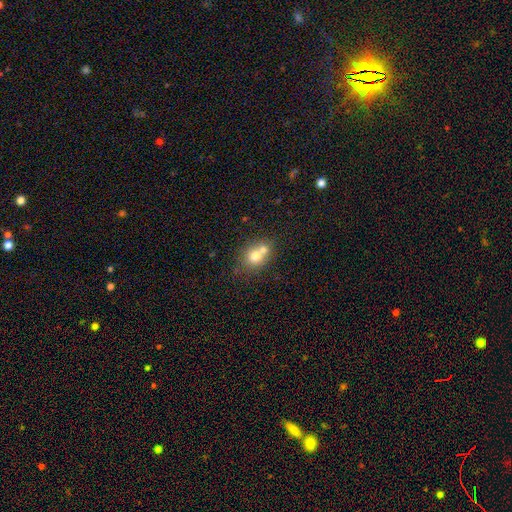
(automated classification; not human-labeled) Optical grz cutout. It shows a smooth galaxy with no disk features (70%) that is round (68%). Merging: merger (54%).